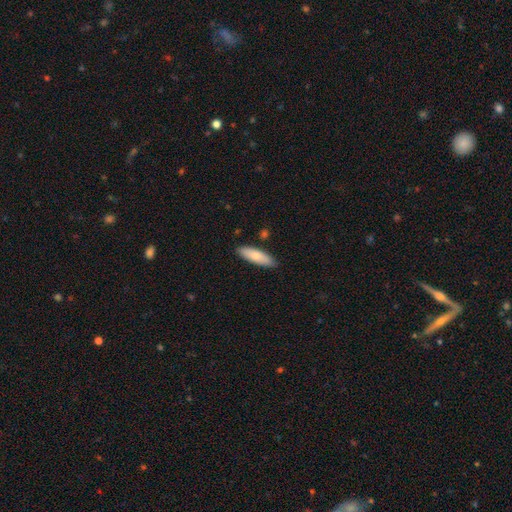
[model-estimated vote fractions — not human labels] This appears to be a smooth galaxy with no disk features (80%) that is in between round and cigar-shaped (53%). Merging: none (86%).